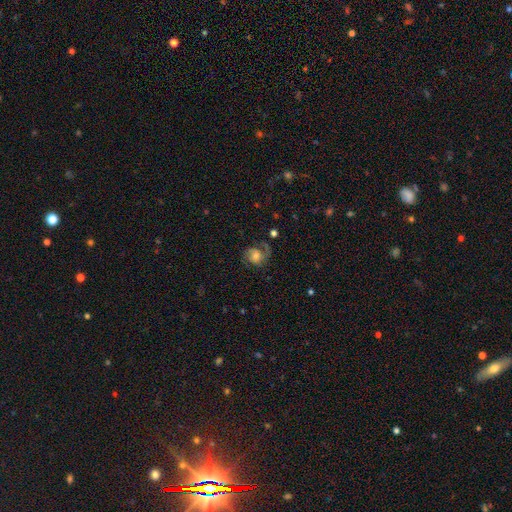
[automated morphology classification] Q: Smooth or featured?
A: featured or disk (62%); runner-up: smooth (29%)
Q: Edge-on disk?
A: no (98%); runner-up: yes (2%)
Q: Bar?
A: no (67%); runner-up: weak (28%)
Q: Spiral arms?
A: yes (90%); runner-up: no (10%)
Q: Spiral winding?
A: medium (46%); runner-up: loose (29%)
Q: Spiral arm count?
A: 2 (61%); runner-up: 1 (26%)
Q: Bulge size?
A: moderate (46%); runner-up: small (30%)
Q: Merging?
A: none (56%); runner-up: major disturbance (22%)